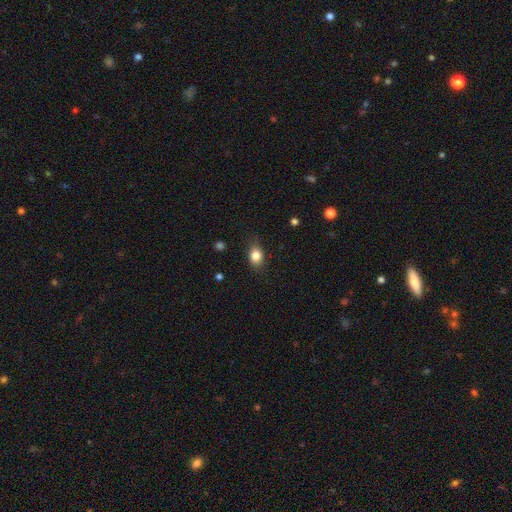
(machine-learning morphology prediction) Q: Smooth or featured?
A: smooth (83%); runner-up: star or artifact (10%)
Q: How rounded?
A: in between (63%); runner-up: round (35%)
Q: Merging?
A: none (77%); runner-up: minor disturbance (18%)